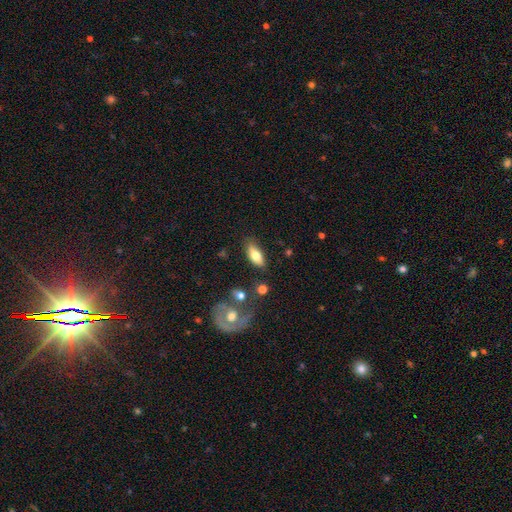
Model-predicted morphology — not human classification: smooth 72%, featured or disk 21%, star or artifact 7%. Down the decision tree: how rounded — in between (83%); merging — none (78%).